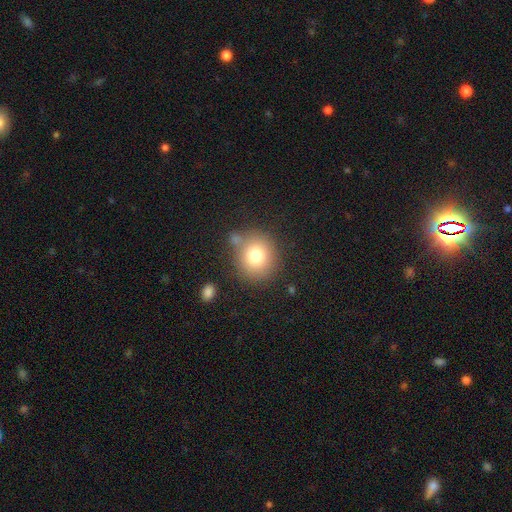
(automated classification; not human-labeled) Q: Smooth or featured?
A: smooth (78%); runner-up: star or artifact (11%)
Q: How rounded?
A: round (82%); runner-up: in between (17%)
Q: Merging?
A: none (71%); runner-up: minor disturbance (14%)